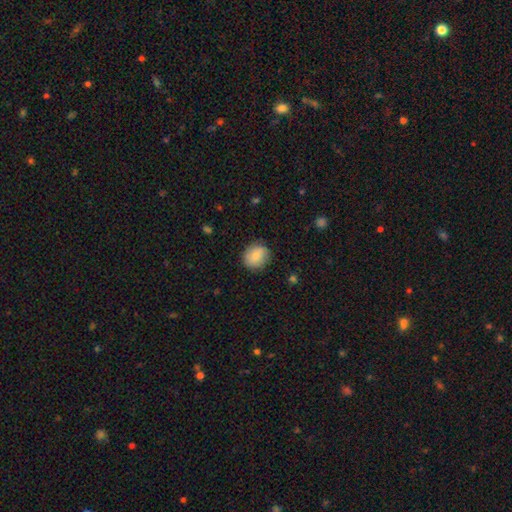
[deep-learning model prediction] A smooth galaxy with no disk features (80%) that is round (67%).

Vote fractions:
- Smooth or featured? smooth: 80% / featured or disk: 13% / star or artifact: 7%
- How rounded? round: 67% / in between: 32% / cigar-shaped: 1%
- Merging? none: 82% / minor disturbance: 14% / major disturbance: 3% / merger: 1%